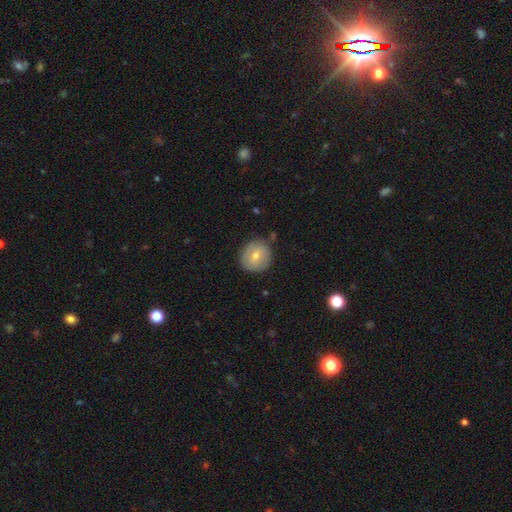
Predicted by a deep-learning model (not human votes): Smooth or featured?
  - smooth: 71% *
  - featured or disk: 21%
  - star or artifact: 7%
How rounded?
  - round: 90% *
  - in between: 9%
  - cigar-shaped: 1%
Merging?
  - none: 83% *
  - minor disturbance: 12%
  - major disturbance: 3%
  - merger: 2%